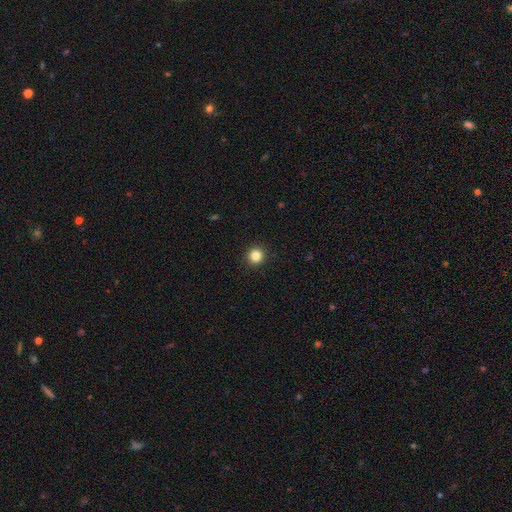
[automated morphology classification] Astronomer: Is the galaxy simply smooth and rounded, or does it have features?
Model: smooth — 84%.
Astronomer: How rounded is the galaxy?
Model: round — 94%.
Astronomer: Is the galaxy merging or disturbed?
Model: none — 93%.